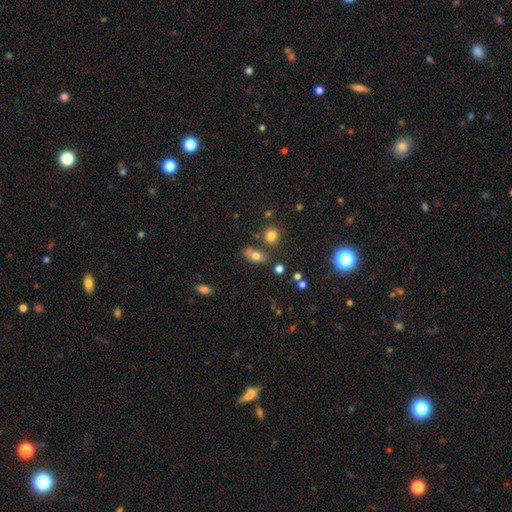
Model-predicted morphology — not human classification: smooth-or-featured: smooth: 74% | featured or disk: 14% | star or artifact: 12%
  how-rounded: in between: 83% | round: 12% | cigar-shaped: 5%
  merging: none: 62% | minor disturbance: 18% | merger: 14% | major disturbance: 6%